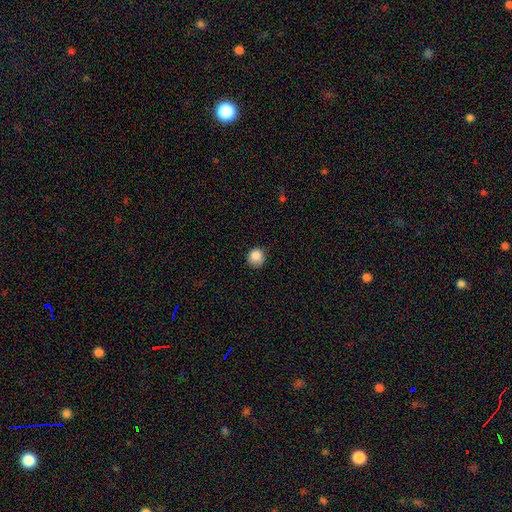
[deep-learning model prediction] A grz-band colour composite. It shows a smooth galaxy with no disk features (86%) that is round (90%). Merging: none (80%).